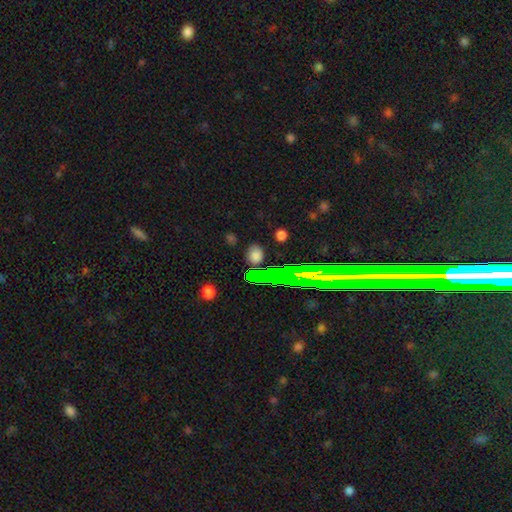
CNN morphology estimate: smooth-or-featured: smooth: 68% | star or artifact: 23% | featured or disk: 9%
  how-rounded: round: 54% | in between: 43% | cigar-shaped: 3%
  merging: none: 81% | minor disturbance: 12% | major disturbance: 4% | merger: 3%